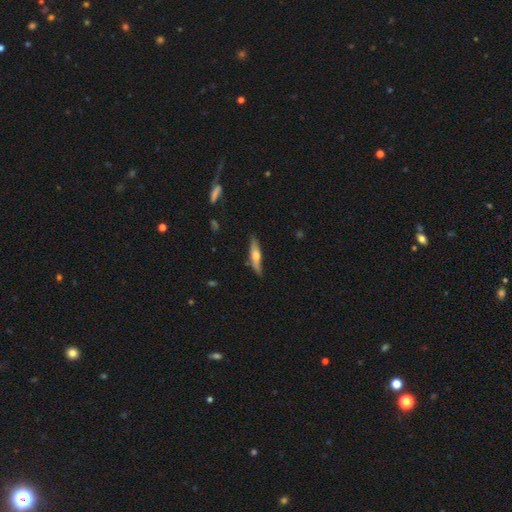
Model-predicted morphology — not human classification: This is possibly a smooth galaxy (50%). How rounded: clearly cigar-shaped (81%). Merging: clearly none (81%).